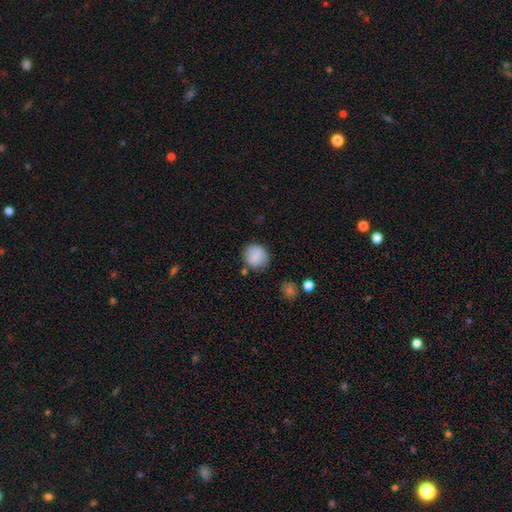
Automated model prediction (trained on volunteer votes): Smooth or featured? Predicted: smooth (p=0.78). How rounded? Predicted: round (p=0.81). Merging? Predicted: none (p=0.76).